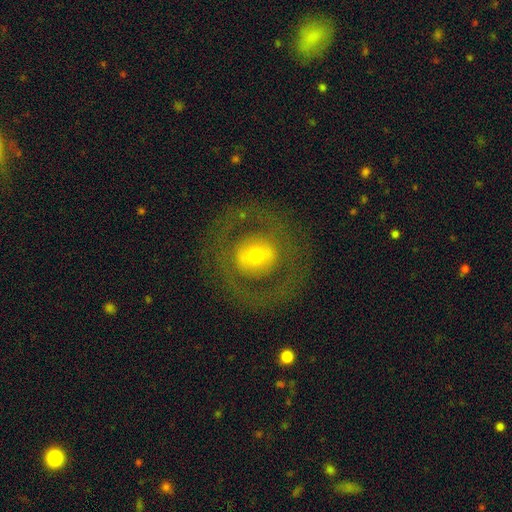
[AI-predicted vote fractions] Smooth or featured? Predicted: featured or disk (p=0.52). Edge-on disk? Predicted: no (p=0.95). Merging? Predicted: none (p=0.78).